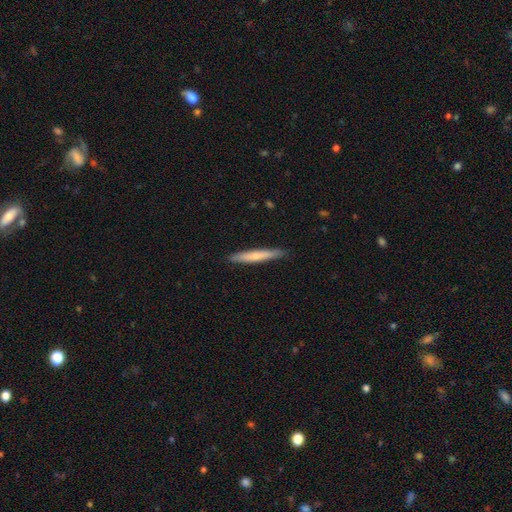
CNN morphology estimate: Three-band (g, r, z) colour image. It shows a smooth galaxy with no disk features (61%) that is cigar-shaped (95%). Merging: none (89%).